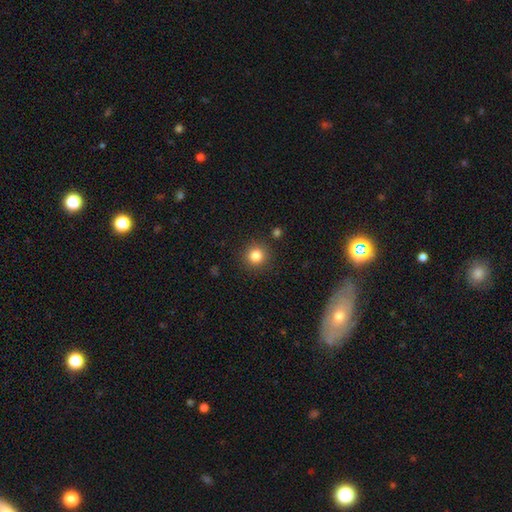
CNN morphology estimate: The model was most divided on "smooth or featured": smooth: 82%, star or artifact: 12%, featured or disk: 6%. More confident: how rounded — round (94%); merging — none (89%).